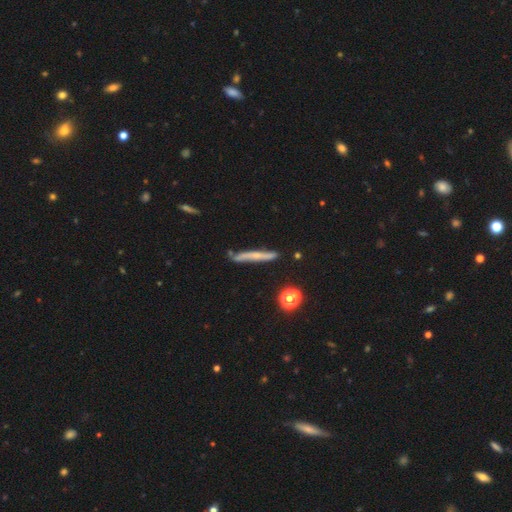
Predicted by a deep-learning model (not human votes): Smooth or featured: featured or disk — 52% (smooth — 38%)
Edge-on disk: yes — 85% (no — 15%)
Merging: none — 72% (minor disturbance — 19%)